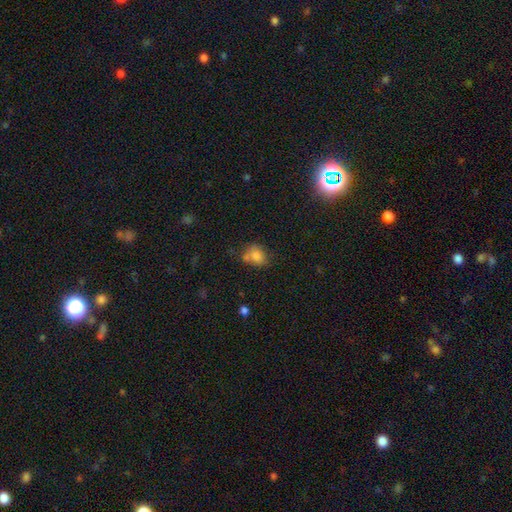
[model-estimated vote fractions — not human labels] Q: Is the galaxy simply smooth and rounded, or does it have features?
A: smooth — 79%.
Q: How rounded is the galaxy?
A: in between — 54%.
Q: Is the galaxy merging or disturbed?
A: none — 49%.